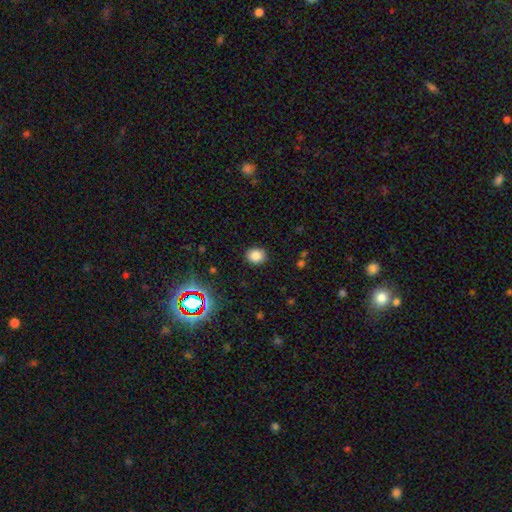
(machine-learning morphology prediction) smooth-or-featured: smooth: 83% | star or artifact: 13% | featured or disk: 4%
  how-rounded: round: 64% | in between: 35% | cigar-shaped: 1%
  merging: none: 89% | minor disturbance: 8% | major disturbance: 2% | merger: 1%